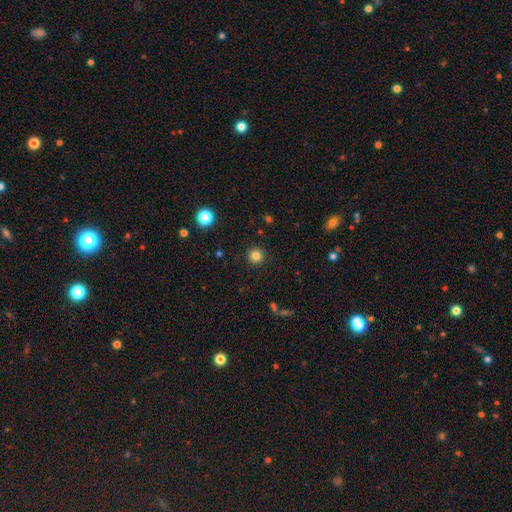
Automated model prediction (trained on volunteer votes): Smooth or featured? Predicted: smooth (p=0.83). How rounded? Predicted: round (p=0.95). Merging? Predicted: none (p=0.92).